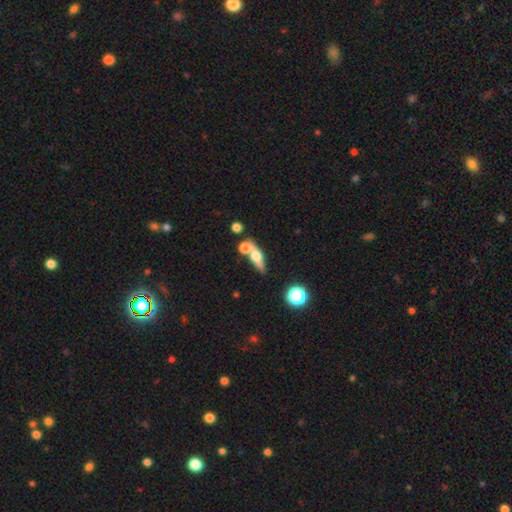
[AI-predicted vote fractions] This is possibly a featured or disk galaxy (47%). Merging: possibly none (52%).